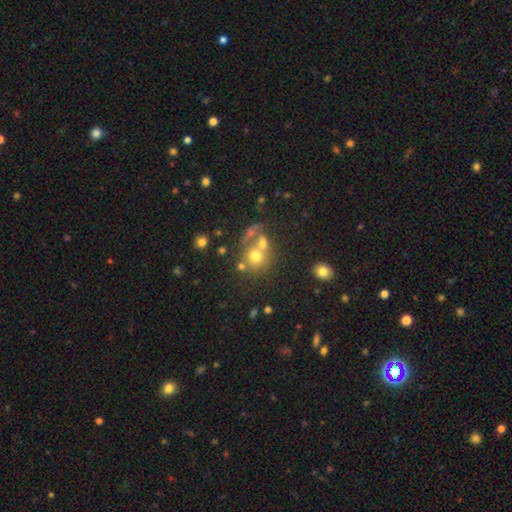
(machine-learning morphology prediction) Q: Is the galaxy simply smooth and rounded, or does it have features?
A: smooth — 64%.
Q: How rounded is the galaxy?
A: round — 79%.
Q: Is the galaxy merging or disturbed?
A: merger — 43%.